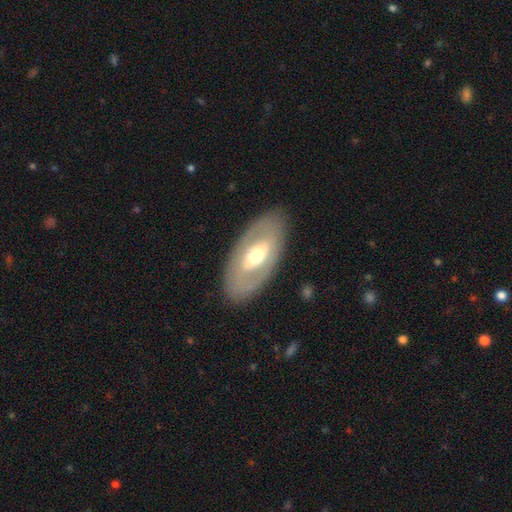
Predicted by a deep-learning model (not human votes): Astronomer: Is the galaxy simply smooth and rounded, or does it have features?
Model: featured or disk — 62%.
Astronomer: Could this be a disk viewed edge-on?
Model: no — 87%.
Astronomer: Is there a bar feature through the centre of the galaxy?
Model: no — 51% (runner-up: weak, 30%).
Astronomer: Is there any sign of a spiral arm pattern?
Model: no — 73%.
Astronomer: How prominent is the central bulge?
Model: moderate — 71%.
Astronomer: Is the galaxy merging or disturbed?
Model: none — 85%.